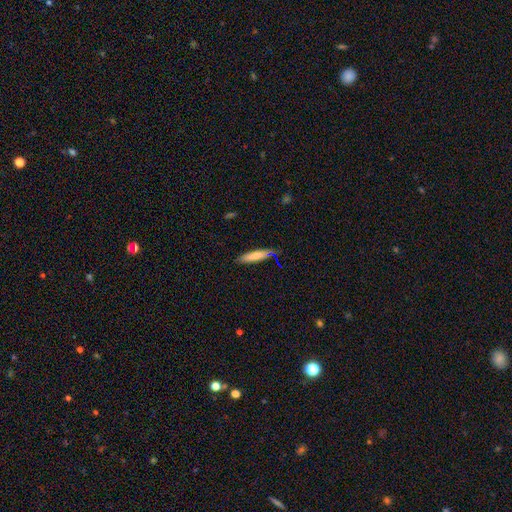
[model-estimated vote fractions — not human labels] This appears to be a smooth galaxy with no disk features (73%) that is cigar-shaped (83%). Merging: none (80%).